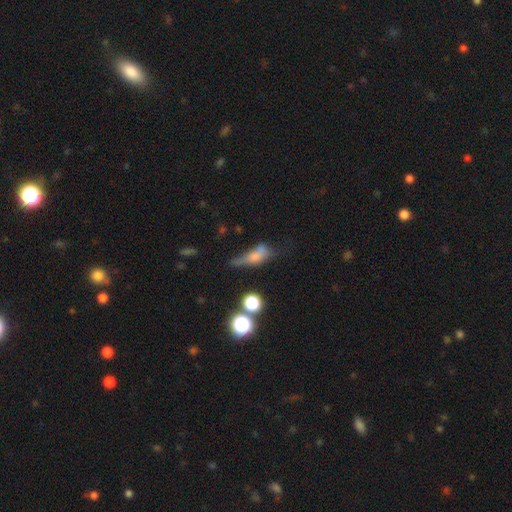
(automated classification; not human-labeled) Q: Smooth or featured?
A: smooth (58%); runner-up: featured or disk (28%)
Q: How rounded?
A: in between (57%); runner-up: cigar-shaped (32%)
Q: Merging?
A: minor disturbance (31%); runner-up: major disturbance (30%)